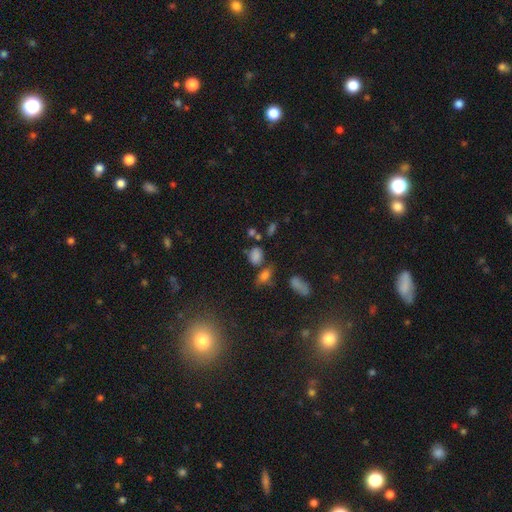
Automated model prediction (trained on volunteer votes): Smooth or featured? smooth (76%)
How rounded? in between (66%)
Merging? none (53%)